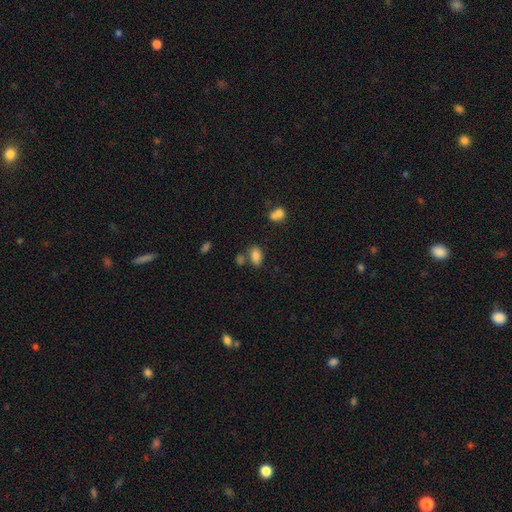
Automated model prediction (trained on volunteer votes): A smooth galaxy with no disk features (82%) that is in between round and cigar-shaped (88%).

Vote fractions:
- Smooth or featured? smooth: 82% / star or artifact: 10% / featured or disk: 8%
- How rounded? in between: 88% / round: 10% / cigar-shaped: 2%
- Merging? none: 66% / merger: 16% / minor disturbance: 14% / major disturbance: 4%